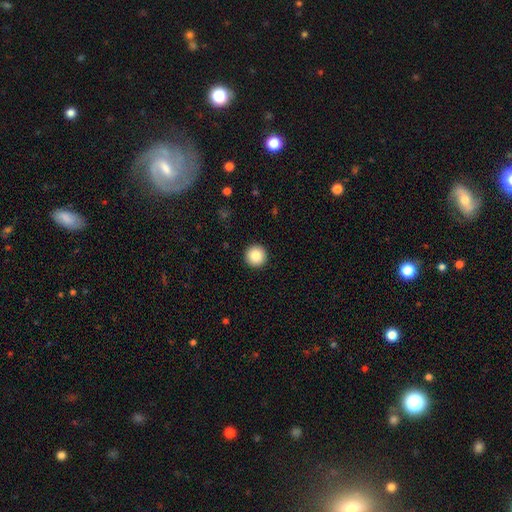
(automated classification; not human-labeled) The model was most divided on "smooth or featured": smooth: 84%, star or artifact: 9%, featured or disk: 7%. More confident: how rounded — round (97%); merging — none (94%).